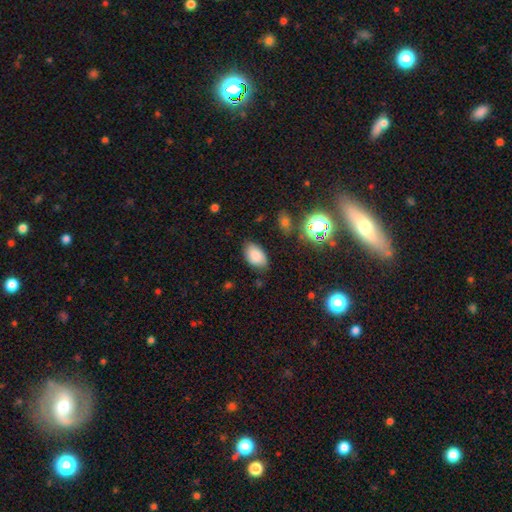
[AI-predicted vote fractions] Smooth or featured? smooth (83%)
How rounded? in between (90%)
Merging? none (77%)